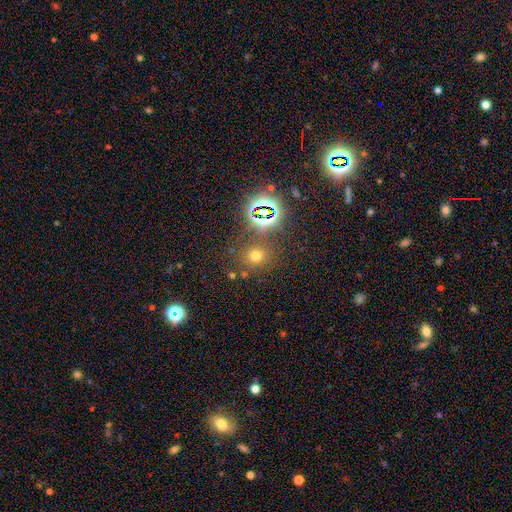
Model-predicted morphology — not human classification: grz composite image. It shows a smooth galaxy with no disk features (57%) that is round (83%). Merging: none (79%).